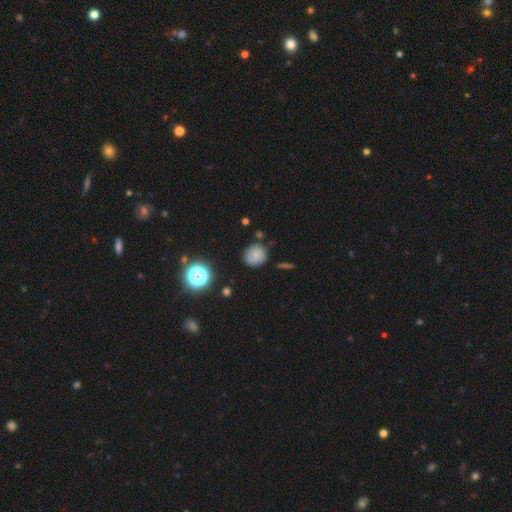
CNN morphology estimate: Smooth or featured? Predicted: smooth (p=0.74). How rounded? Predicted: round (p=0.87). Merging? Predicted: none (p=0.78).